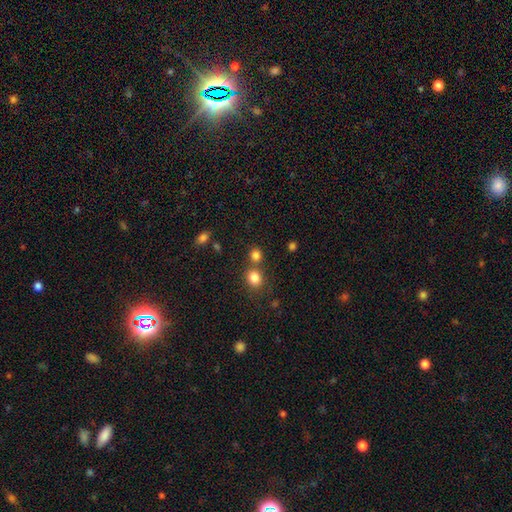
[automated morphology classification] A smooth galaxy with no disk features (81%) that is round (77%). Merging: none (60%).